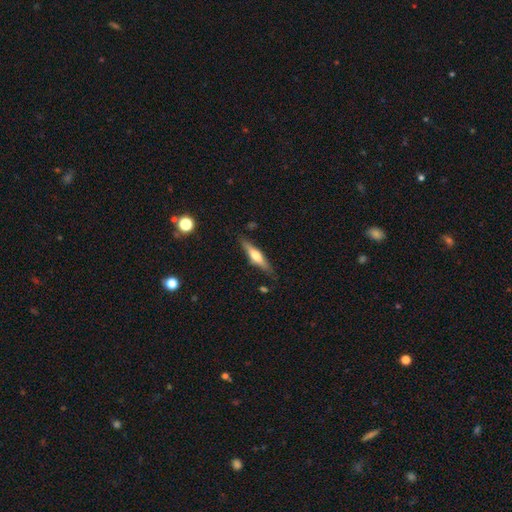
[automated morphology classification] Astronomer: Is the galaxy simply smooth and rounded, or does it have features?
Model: featured or disk — 56% (runner-up: smooth, 38%).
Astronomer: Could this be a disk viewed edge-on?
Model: yes — 95%.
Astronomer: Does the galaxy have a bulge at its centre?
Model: rounded — 88%.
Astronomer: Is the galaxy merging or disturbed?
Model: none — 83%.